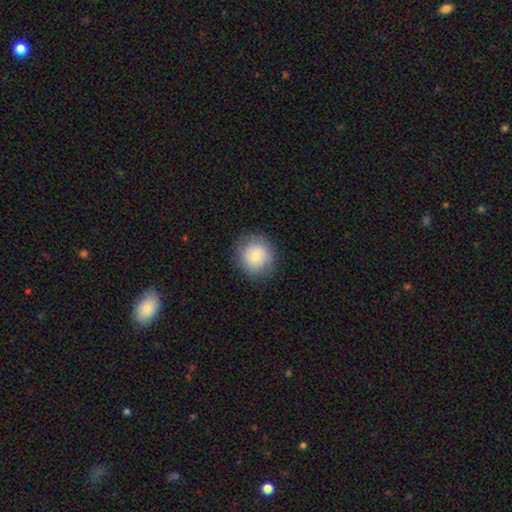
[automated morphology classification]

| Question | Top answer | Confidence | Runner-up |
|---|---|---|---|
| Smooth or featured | smooth | 76% | featured or disk (15%) |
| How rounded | round | 89% | in between (10%) |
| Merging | none | 84% | minor disturbance (11%) |